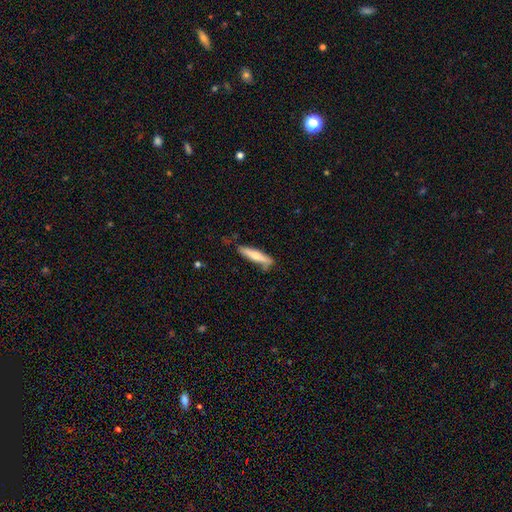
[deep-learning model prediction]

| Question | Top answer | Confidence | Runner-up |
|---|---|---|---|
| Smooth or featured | smooth | 61% | featured or disk (34%) |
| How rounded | cigar-shaped | 86% | in between (13%) |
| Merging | none | 73% | minor disturbance (20%) |